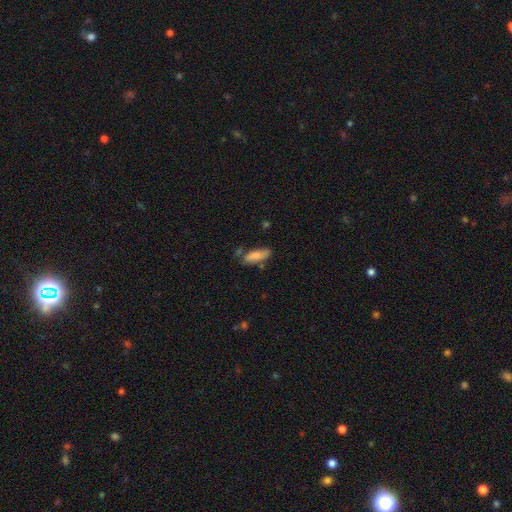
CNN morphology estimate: A smooth galaxy with no disk features (83%) that is in between round and cigar-shaped (65%).

Vote fractions:
- Smooth or featured? smooth: 83% / featured or disk: 11% / star or artifact: 7%
- How rounded? in between: 65% / cigar-shaped: 33% / round: 2%
- Merging? none: 65% / minor disturbance: 21% / merger: 8% / major disturbance: 5%